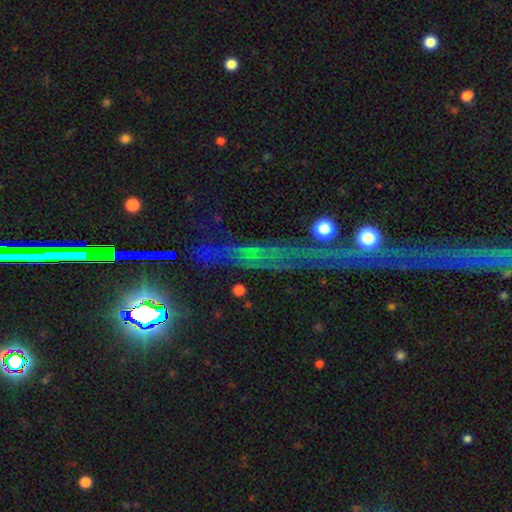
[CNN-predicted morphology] This appears to be a star or artifact, not a galaxy (68%).